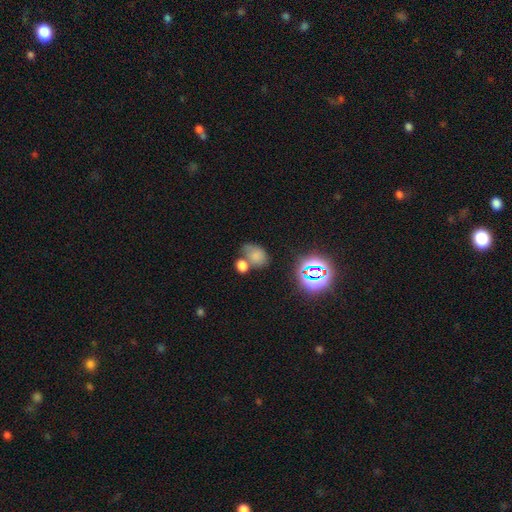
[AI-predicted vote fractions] Overall: smooth (69%). How rounded: in between (67%; round 32%). Merging: none (41%; merger 35%).